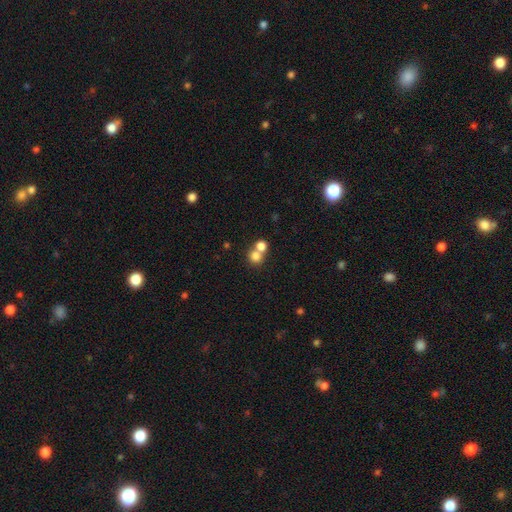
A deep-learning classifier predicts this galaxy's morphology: smooth-or-featured: smooth: 78% | star or artifact: 12% | featured or disk: 10%
  how-rounded: round: 83% | in between: 16% | cigar-shaped: 1%
  merging: merger: 52% | none: 40% | minor disturbance: 5% | major disturbance: 3%